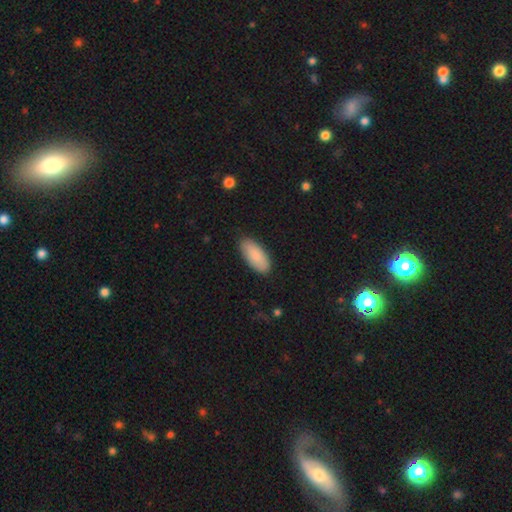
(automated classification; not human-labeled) Morphology: type=smooth (89%); roundness=in between (89%); merging=none (86%).